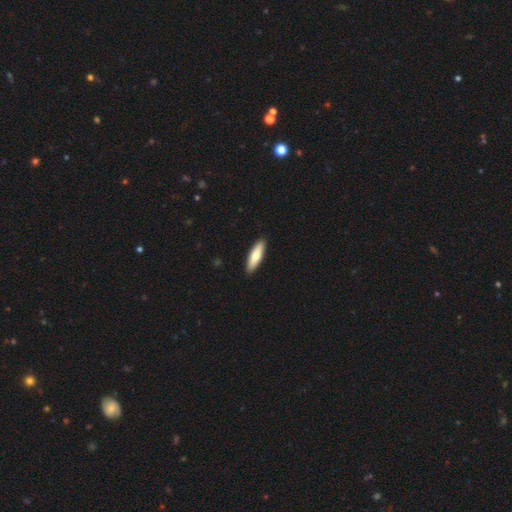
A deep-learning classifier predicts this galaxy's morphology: Smooth or featured? Predicted: smooth (p=0.72). How rounded? Predicted: cigar-shaped (p=0.60). Merging? Predicted: none (p=0.91).